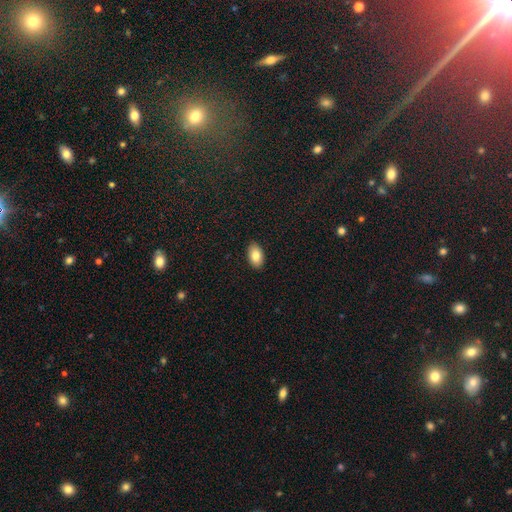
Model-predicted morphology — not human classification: Smooth or featured? Predicted: smooth (p=0.83). How rounded? Predicted: in between (p=0.93). Merging? Predicted: none (p=0.90).